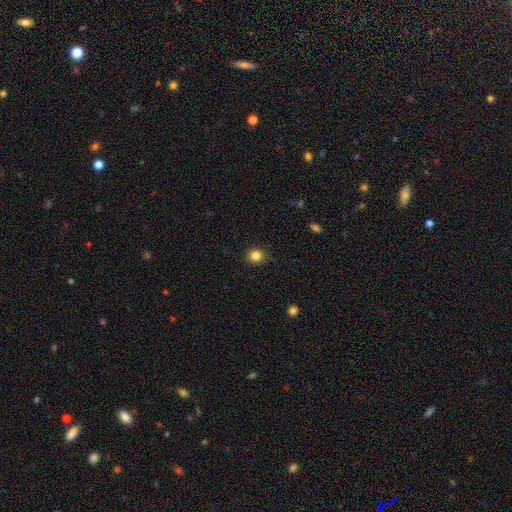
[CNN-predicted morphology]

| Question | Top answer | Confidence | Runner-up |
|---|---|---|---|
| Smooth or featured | smooth | 84% | star or artifact (11%) |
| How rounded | round | 76% | in between (24%) |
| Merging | none | 85% | minor disturbance (11%) |